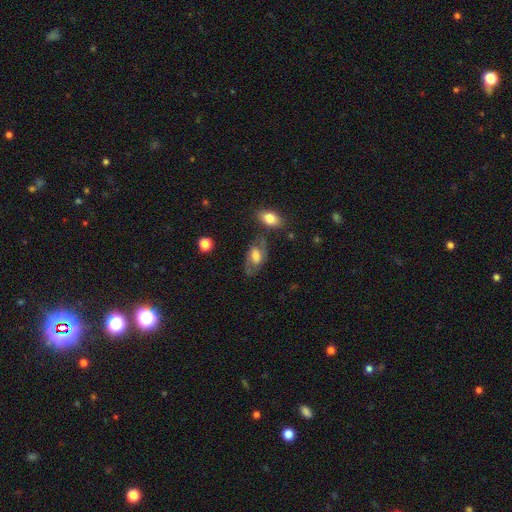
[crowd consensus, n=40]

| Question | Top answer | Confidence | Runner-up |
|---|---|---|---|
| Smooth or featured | smooth | 60% | featured or disk (35%) |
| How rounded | in between | 88% | round (12%) |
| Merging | none | 61% | major disturbance (21%) |